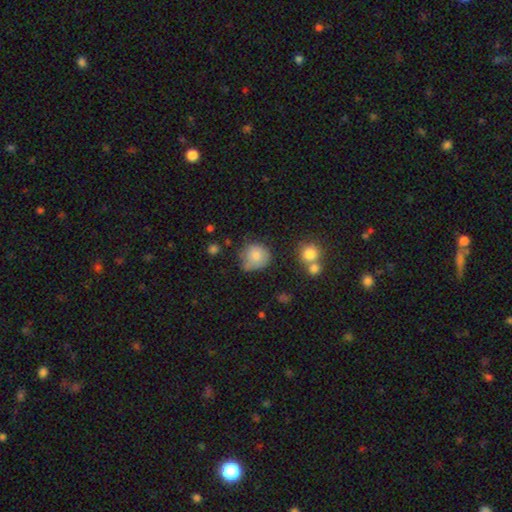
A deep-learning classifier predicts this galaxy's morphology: smooth 80%, featured or disk 11%, star or artifact 9%. Down the decision tree: how rounded — round (84%); merging — none (51%).